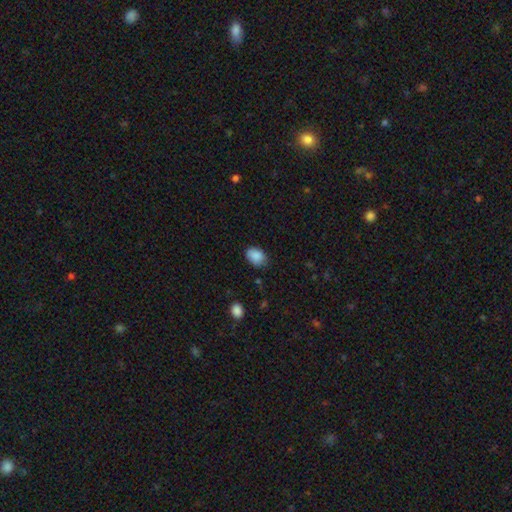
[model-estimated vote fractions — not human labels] smooth_or_featured: smooth (p=0.87) [alt: star or artifact p=0.08]
how_rounded: in between (p=0.80) [alt: round p=0.19]
merging: none (p=0.72) [alt: minor disturbance p=0.22]